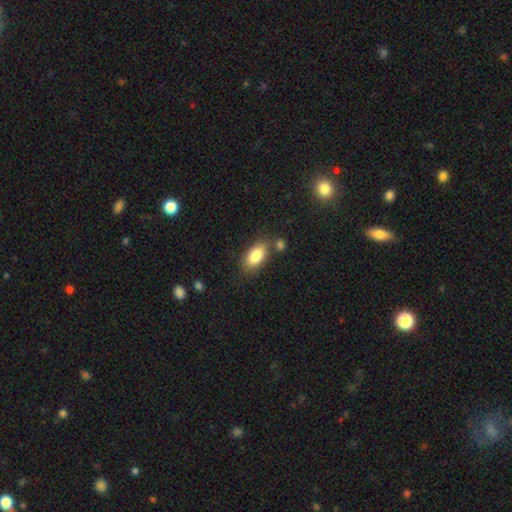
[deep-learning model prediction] This is clearly a smooth galaxy (83%). How rounded: clearly in between (90%). Merging: likely none (71%).